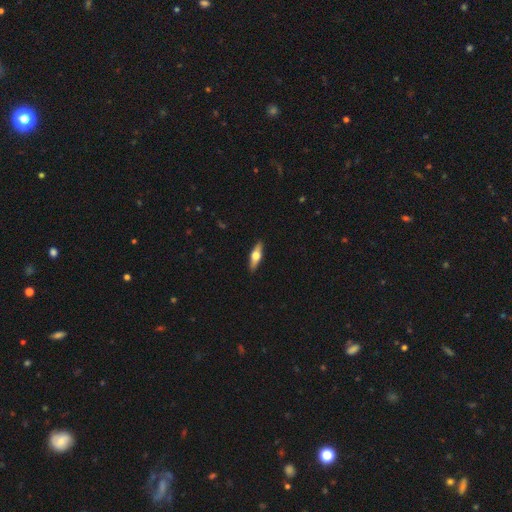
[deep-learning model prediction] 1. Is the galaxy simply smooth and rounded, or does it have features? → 52% featured or disk, 43% smooth, 6% star or artifact.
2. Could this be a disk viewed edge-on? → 91% yes, 9% no.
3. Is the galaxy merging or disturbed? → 90% none, 7% minor disturbance, 2% major disturbance, 1% merger.